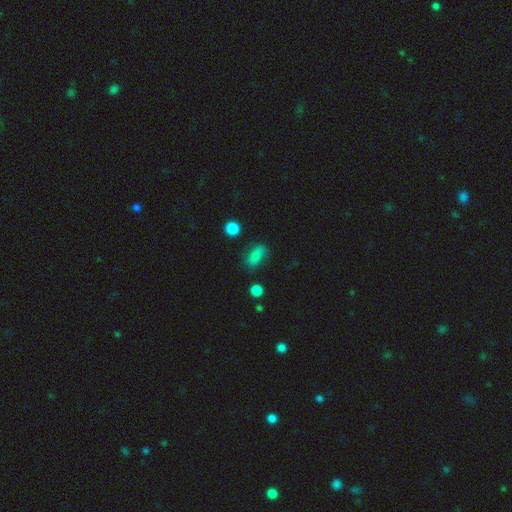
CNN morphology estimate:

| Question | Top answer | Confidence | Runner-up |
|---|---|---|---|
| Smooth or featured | smooth | 81% | star or artifact (11%) |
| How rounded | in between | 82% | cigar-shaped (10%) |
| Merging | none | 71% | minor disturbance (20%) |